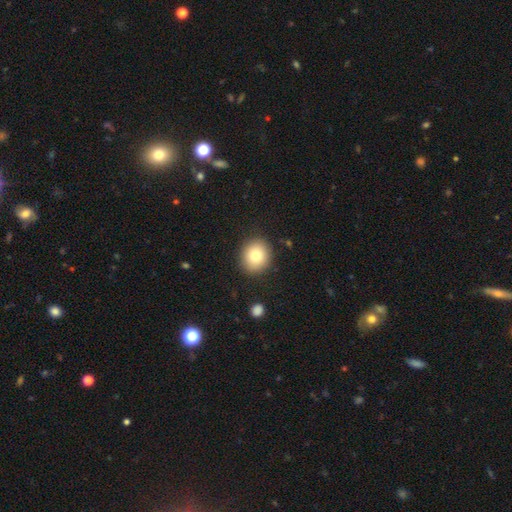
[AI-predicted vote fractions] smooth 79%, featured or disk 11%, star or artifact 10%. Down the decision tree: how rounded — round (79%); merging — none (89%).